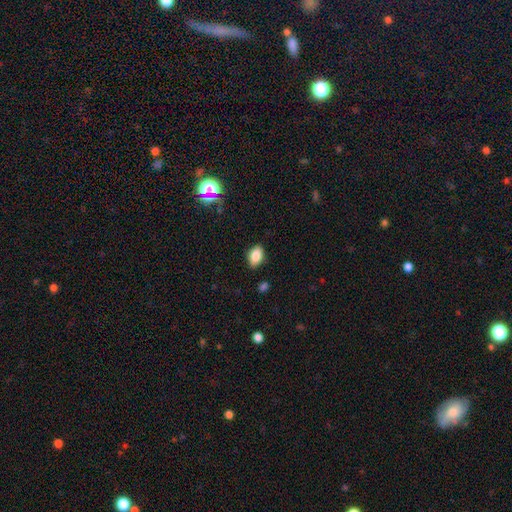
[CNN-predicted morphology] Smooth or featured? Predicted: smooth (p=0.82). How rounded? Predicted: in between (p=0.85). Merging? Predicted: none (p=0.84).